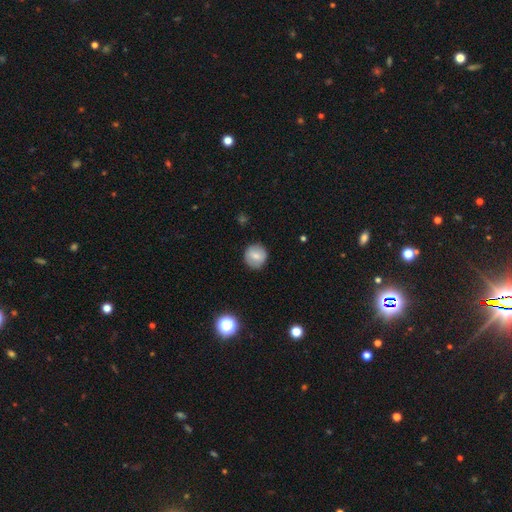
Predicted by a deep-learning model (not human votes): Overall: smooth (71%). How rounded: round (89%). Merging: none (88%).